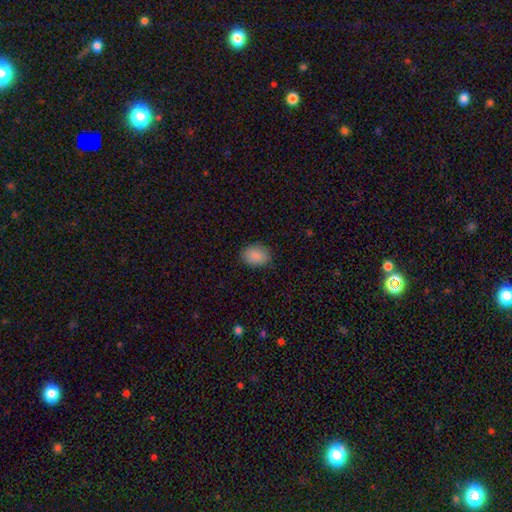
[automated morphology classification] The model was most divided on "how rounded": in between: 72%, round: 27%, cigar-shaped: 1%. More confident: smooth or featured — smooth (89%); merging — none (85%).